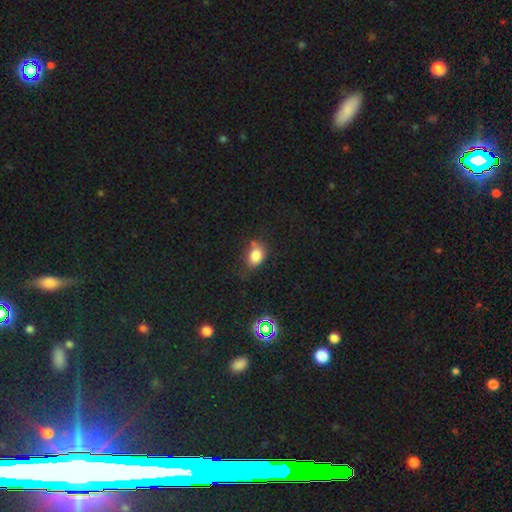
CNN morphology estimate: The model was most divided on "merging": none: 58%, minor disturbance: 27%, major disturbance: 8%, merger: 7%. More confident: smooth or featured — smooth (81%); how rounded — in between (67%).